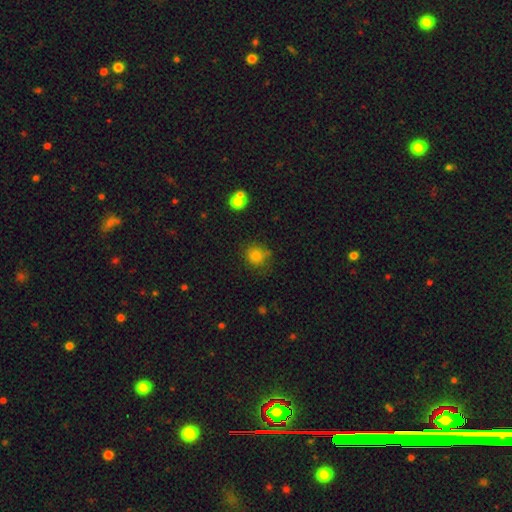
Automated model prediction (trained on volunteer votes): Smooth or featured?
  - smooth: 81% *
  - star or artifact: 12%
  - featured or disk: 7%
How rounded?
  - round: 85% *
  - in between: 14%
  - cigar-shaped: 1%
Merging?
  - none: 72% *
  - minor disturbance: 18%
  - major disturbance: 5%
  - merger: 5%